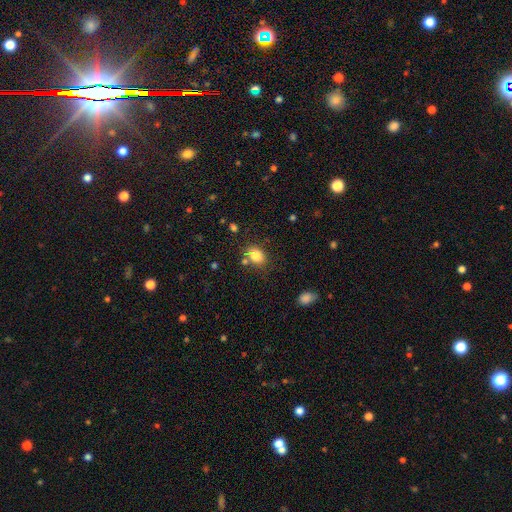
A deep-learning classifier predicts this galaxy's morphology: smooth_or_featured: smooth (p=0.82) [alt: star or artifact p=0.11]
how_rounded: in between (p=0.64) [alt: round p=0.35]
merging: none (p=0.67) [alt: minor disturbance p=0.16]